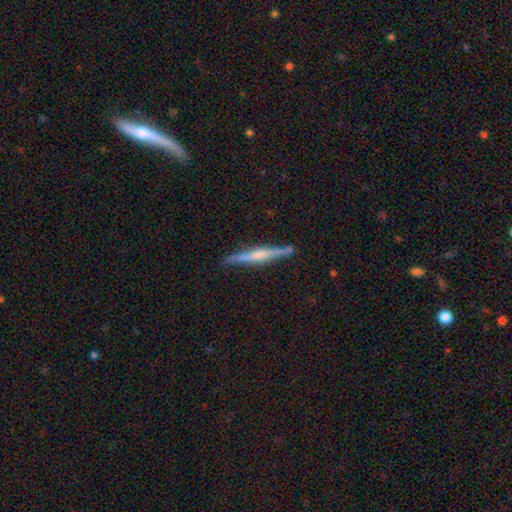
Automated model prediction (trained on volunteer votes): Smooth or featured? Predicted: featured or disk (p=0.68). Edge-on disk? Predicted: yes (p=0.97). Edge-on bulge? Predicted: rounded (p=0.53). Merging? Predicted: none (p=0.86).